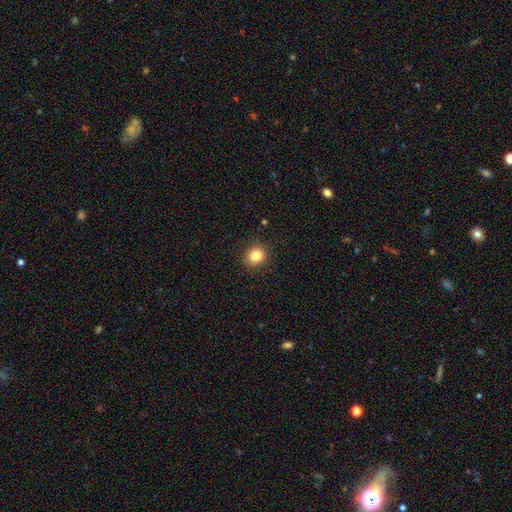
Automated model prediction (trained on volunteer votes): This is clearly a smooth galaxy (83%). How rounded: clearly round (81%). Merging: clearly none (91%).